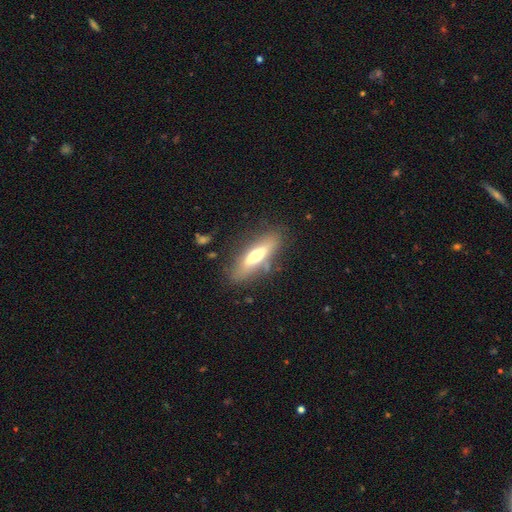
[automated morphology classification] Smooth or featured? Predicted: smooth (p=0.49). Merging? Predicted: none (p=0.75).